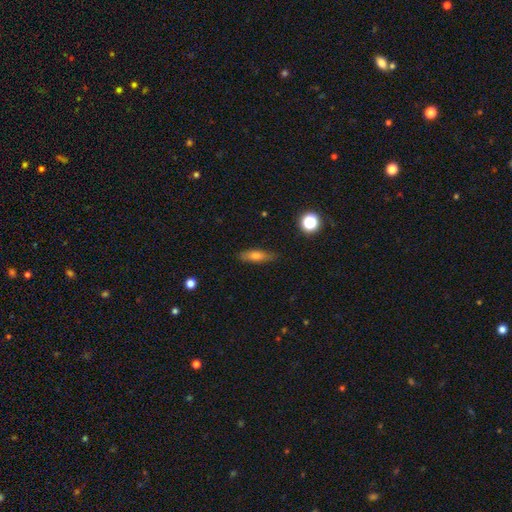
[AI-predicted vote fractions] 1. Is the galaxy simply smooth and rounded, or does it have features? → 68% smooth, 23% featured or disk, 9% star or artifact.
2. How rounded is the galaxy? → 53% cigar-shaped, 43% in between, 4% round.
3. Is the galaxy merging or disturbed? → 82% none, 14% minor disturbance, 3% major disturbance, 1% merger.